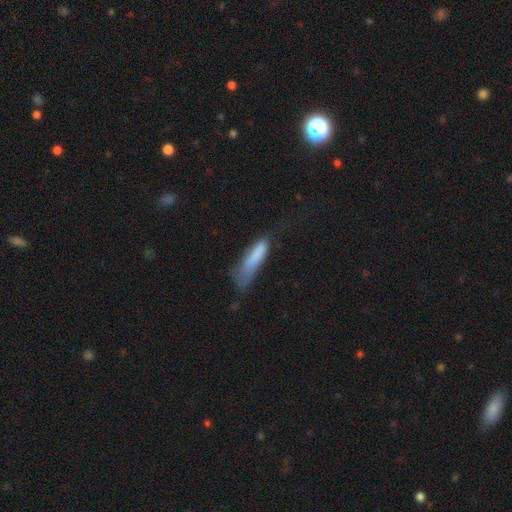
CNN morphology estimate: A smooth galaxy with no disk features (79%) that is cigar-shaped (73%).

Vote fractions:
- Smooth or featured? smooth: 79% / featured or disk: 13% / star or artifact: 8%
- How rounded? cigar-shaped: 73% / in between: 26% / round: 2%
- Merging? none: 37% / minor disturbance: 35% / major disturbance: 25% / merger: 3%